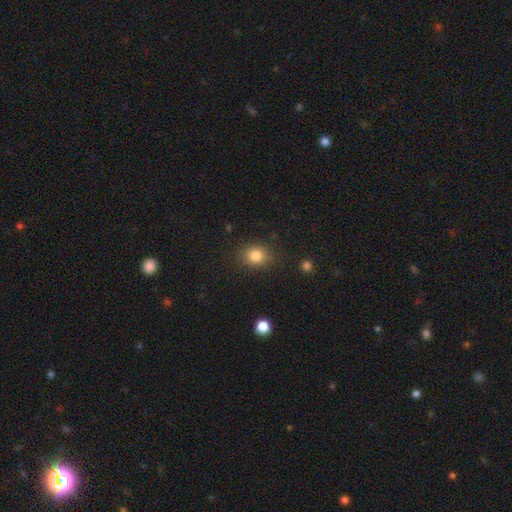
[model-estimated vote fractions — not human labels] A smooth galaxy with no disk features (82%) that is round (65%).

Vote fractions:
- Smooth or featured? smooth: 82% / star or artifact: 11% / featured or disk: 6%
- How rounded? round: 65% / in between: 34% / cigar-shaped: 1%
- Merging? none: 84% / minor disturbance: 10% / major disturbance: 3% / merger: 2%